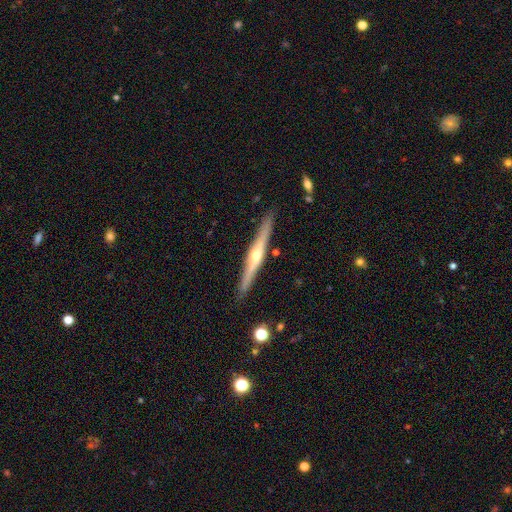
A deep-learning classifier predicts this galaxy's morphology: smooth_or_featured: featured or disk (p=0.76) [alt: smooth p=0.19]
disk_edge_on: yes (p=0.98) [alt: no p=0.02]
edge_on_bulge: rounded (p=0.90) [alt: none p=0.06]
merging: none (p=0.90) [alt: minor disturbance p=0.07]